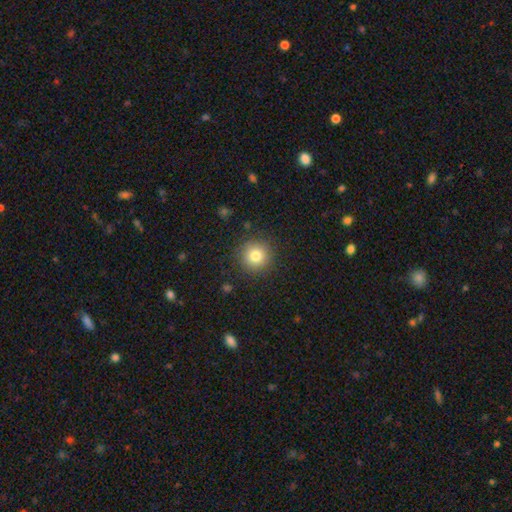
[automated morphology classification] smooth 80%, star or artifact 11%, featured or disk 8%. Down the decision tree: how rounded — round (95%); merging — none (90%).